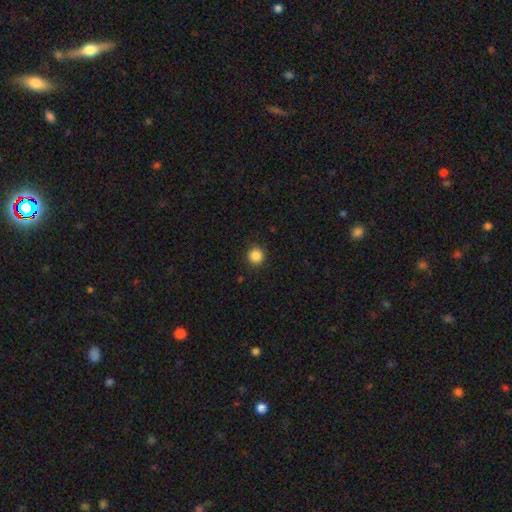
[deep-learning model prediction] smooth_or_featured: smooth (p=0.86) [alt: star or artifact p=0.11]
how_rounded: round (p=0.95) [alt: in between p=0.04]
merging: none (p=0.91) [alt: minor disturbance p=0.06]